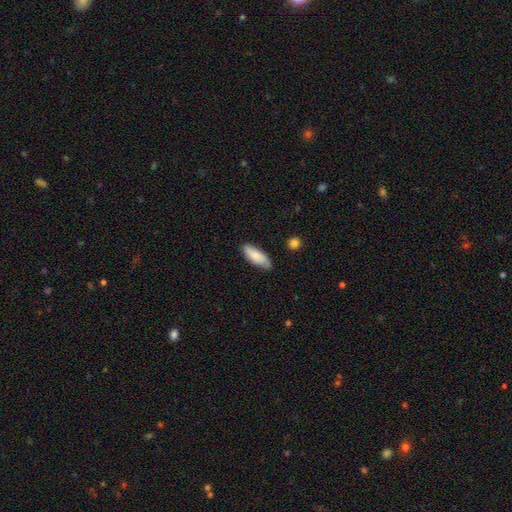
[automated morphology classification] Overall: smooth (76%). How rounded: in between (74%). Merging: none (75%).